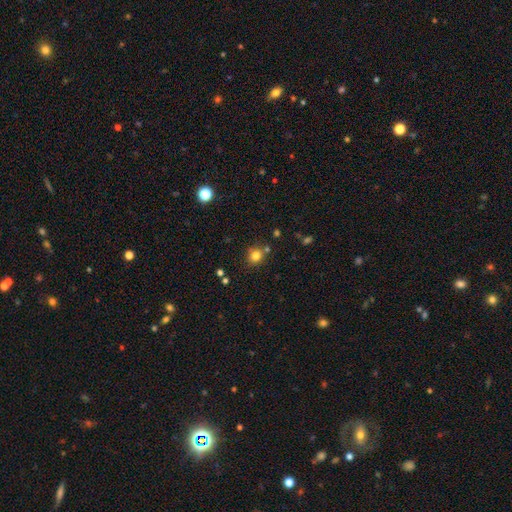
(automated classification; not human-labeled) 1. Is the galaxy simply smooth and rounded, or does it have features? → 79% smooth, 14% star or artifact, 7% featured or disk.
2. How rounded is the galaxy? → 80% round, 19% in between, 1% cigar-shaped.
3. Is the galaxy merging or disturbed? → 77% none, 12% minor disturbance, 8% merger, 3% major disturbance.